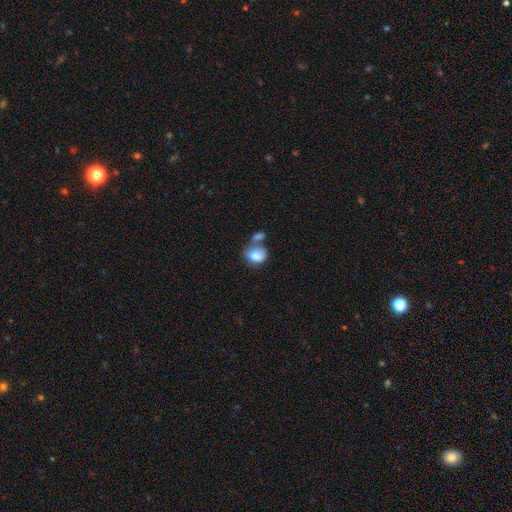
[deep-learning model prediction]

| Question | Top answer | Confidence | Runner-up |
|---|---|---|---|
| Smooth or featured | smooth | 79% | featured or disk (13%) |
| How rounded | in between | 62% | round (36%) |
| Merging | merger | 45% | none (29%) |